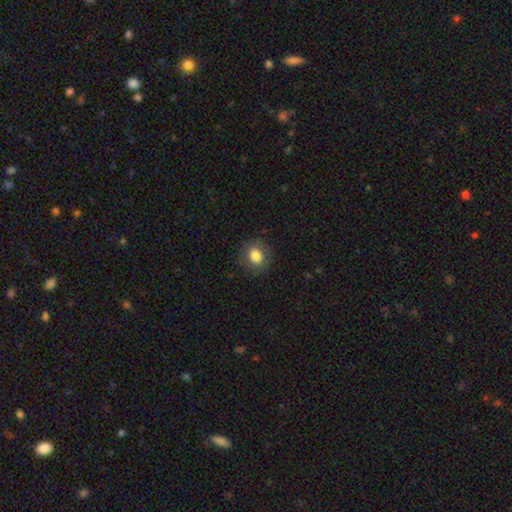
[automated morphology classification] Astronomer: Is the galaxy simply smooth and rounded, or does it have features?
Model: smooth — 81%.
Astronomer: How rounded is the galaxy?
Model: round — 70%.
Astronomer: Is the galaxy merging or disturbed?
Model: none — 85%.